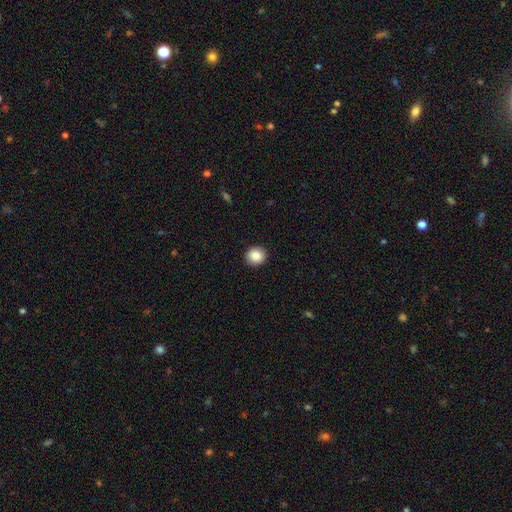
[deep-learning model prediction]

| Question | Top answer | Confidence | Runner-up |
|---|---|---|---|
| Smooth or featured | smooth | 87% | star or artifact (9%) |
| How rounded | round | 89% | in between (10%) |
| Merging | none | 93% | minor disturbance (5%) |